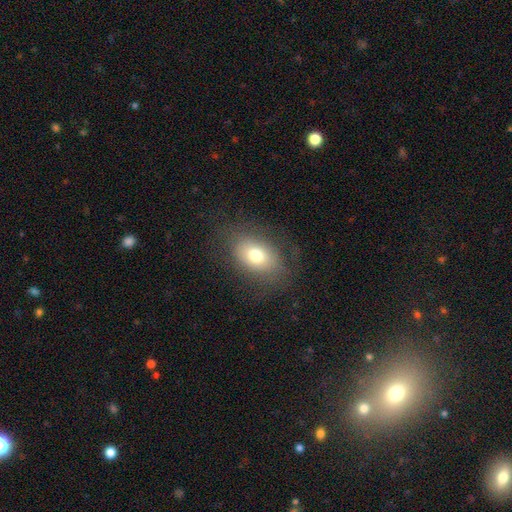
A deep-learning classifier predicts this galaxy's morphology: Smooth or featured?
  - smooth: 72% *
  - featured or disk: 17%
  - star or artifact: 11%
How rounded?
  - in between: 80% *
  - round: 18%
  - cigar-shaped: 1%
Merging?
  - none: 75% *
  - minor disturbance: 15%
  - major disturbance: 9%
  - merger: 1%